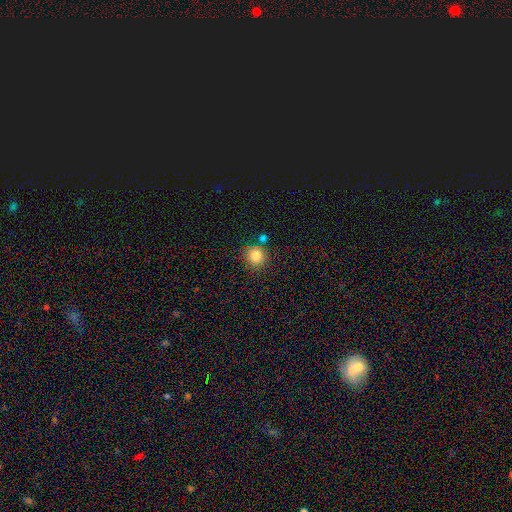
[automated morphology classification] type=smooth (83%); roundness=round (92%); merging=none (77%).